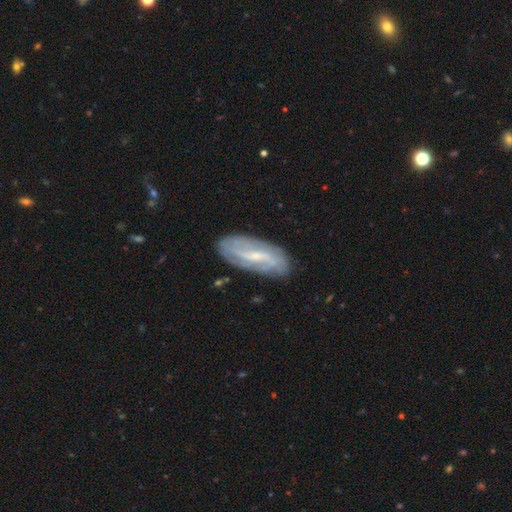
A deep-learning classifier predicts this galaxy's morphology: This appears to be a featured or disk galaxy (72%) with a weak bar (48%), 2 (43%) tight (41%) spiral arms (85%) and a small central bulge (63%). Merging: none (81%).